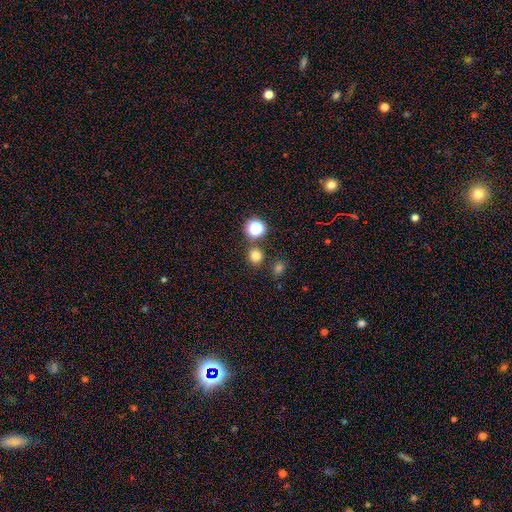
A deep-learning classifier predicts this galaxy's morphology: smooth 75%, star or artifact 20%, featured or disk 5%. Down the decision tree: how rounded — round (91%); merging — none (81%).